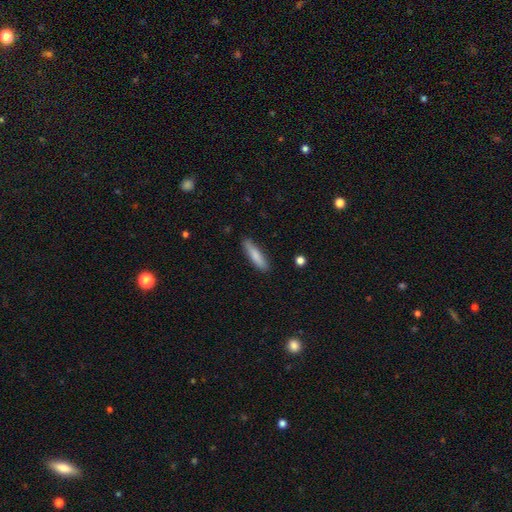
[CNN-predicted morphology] smooth 81%, featured or disk 14%, star or artifact 6%. Down the decision tree: how rounded — cigar-shaped (80%); merging — none (87%).